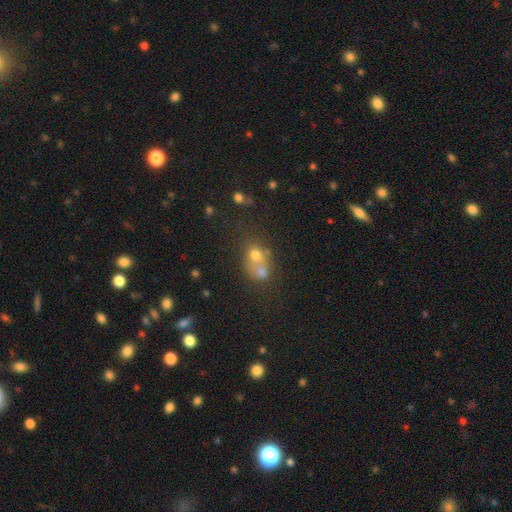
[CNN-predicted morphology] The model was most divided on "how rounded": round: 66%, in between: 33%, cigar-shaped: 1%. More confident: smooth or featured — smooth (63%); merging — merger (62%).